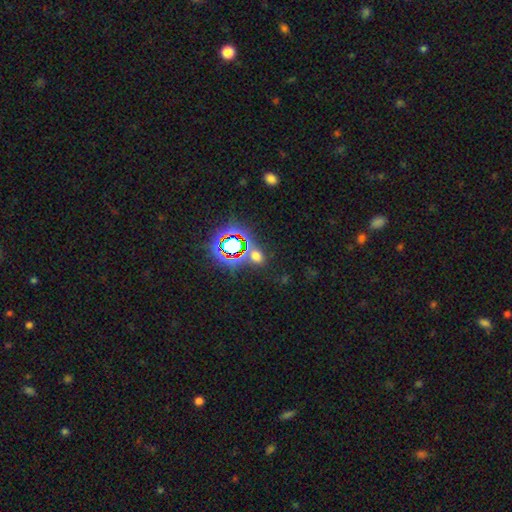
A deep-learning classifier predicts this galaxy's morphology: This appears to be a smooth galaxy with no disk features (50%). Merging: none (74%).